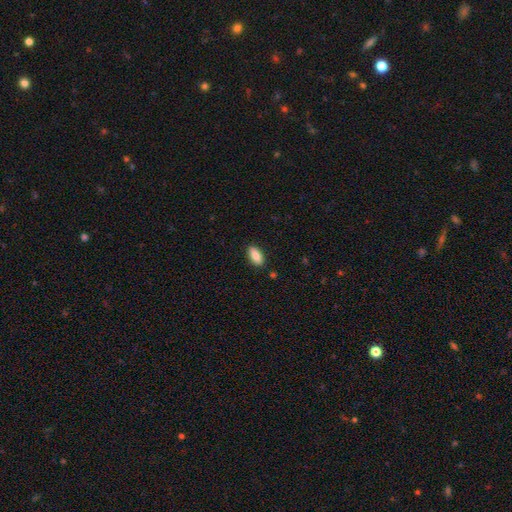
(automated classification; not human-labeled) Smooth or featured?
  - smooth: 85% *
  - featured or disk: 8%
  - star or artifact: 7%
How rounded?
  - in between: 84% *
  - cigar-shaped: 14%
  - round: 2%
Merging?
  - none: 88% *
  - minor disturbance: 9%
  - major disturbance: 2%
  - merger: 1%